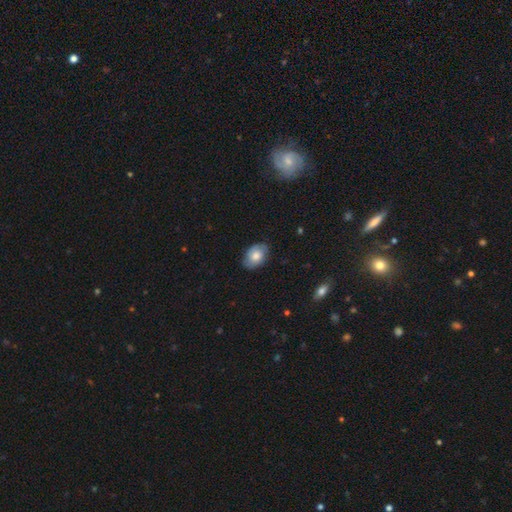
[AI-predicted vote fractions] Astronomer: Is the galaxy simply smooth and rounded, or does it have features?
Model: smooth — 64%.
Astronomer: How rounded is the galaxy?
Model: in between — 79%.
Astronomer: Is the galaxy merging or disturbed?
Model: none — 80%.